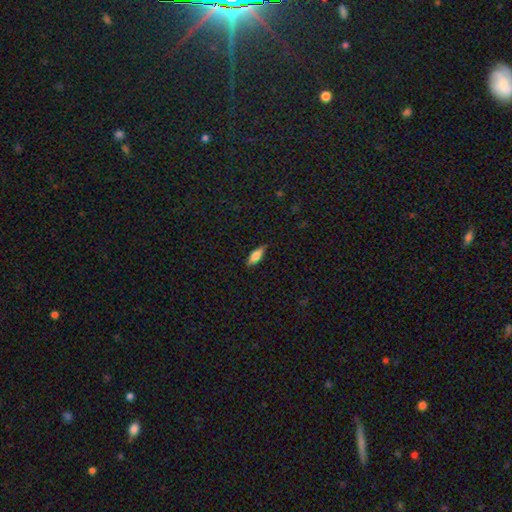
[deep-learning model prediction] smooth_or_featured: smooth (p=0.77) [alt: featured or disk p=0.17]
how_rounded: in between (p=0.60) [alt: cigar-shaped p=0.38]
merging: none (p=0.84) [alt: minor disturbance p=0.13]